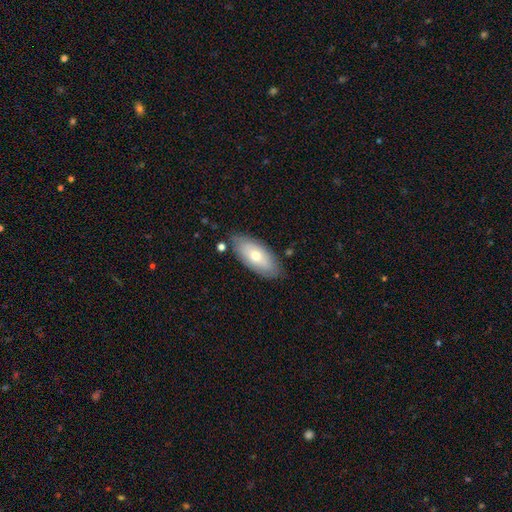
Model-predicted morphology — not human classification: smooth 64%, featured or disk 29%, star or artifact 6%. Down the decision tree: how rounded — in between (87%); merging — none (80%).